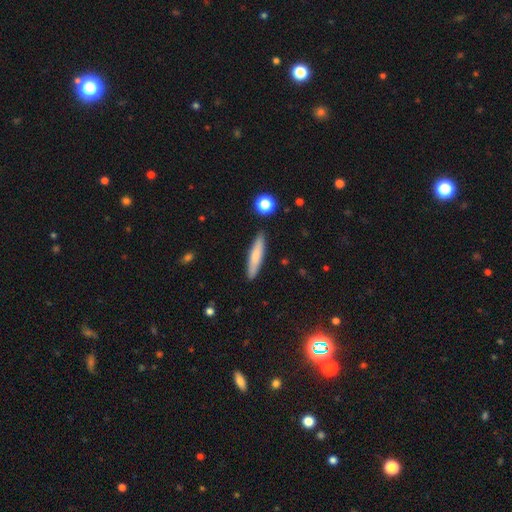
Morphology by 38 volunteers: Smooth or featured?
  - smooth: 63% *
  - featured or disk: 29%
  - star or artifact: 8%
How rounded?
  - cigar-shaped: 92% *
  - round: 4%
  - in between: 4%
Merging?
  - none: 89% *
  - minor disturbance: 6%
  - merger: 6%
  - major disturbance: 0%